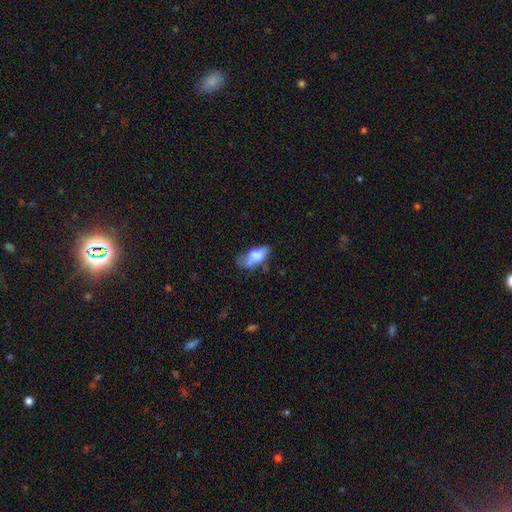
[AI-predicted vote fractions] Smooth or featured? Predicted: smooth (p=0.63). How rounded? Predicted: in between (p=0.83). Merging? Predicted: none (p=0.36).